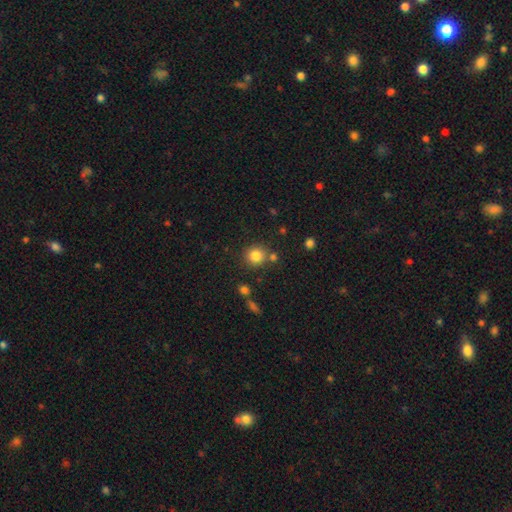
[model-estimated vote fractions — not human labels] This is clearly a smooth galaxy (83%). How rounded: clearly round (89%). Merging: likely none (76%).